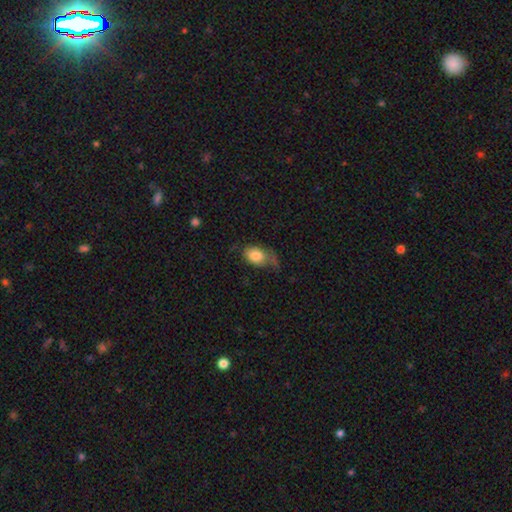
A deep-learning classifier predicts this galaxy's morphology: smooth-or-featured: smooth: 80% | featured or disk: 13% | star or artifact: 7%
  how-rounded: in between: 86% | round: 12% | cigar-shaped: 2%
  merging: none: 36% | minor disturbance: 34% | major disturbance: 26% | merger: 4%